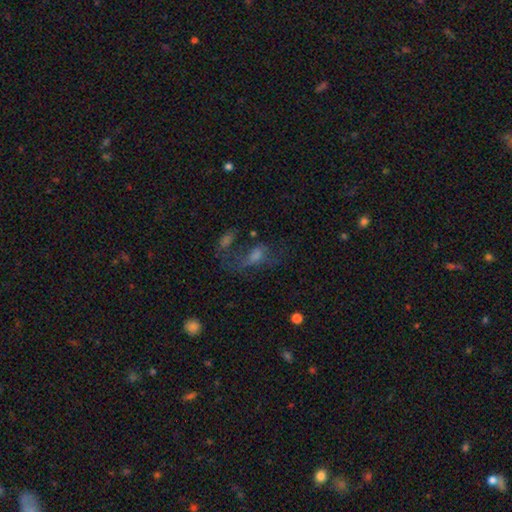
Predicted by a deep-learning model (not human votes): Smooth or featured? featured or disk (42%)
Merging? none (36%)